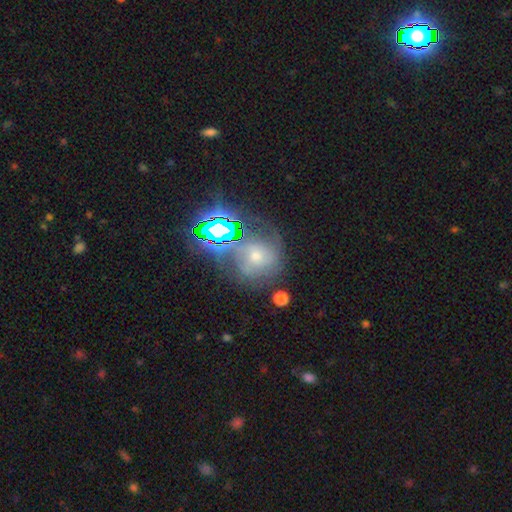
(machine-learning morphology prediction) The model was most divided on "smooth or featured": featured or disk: 40%, smooth: 34%, star or artifact: 26%. More confident: merging — none (56%).